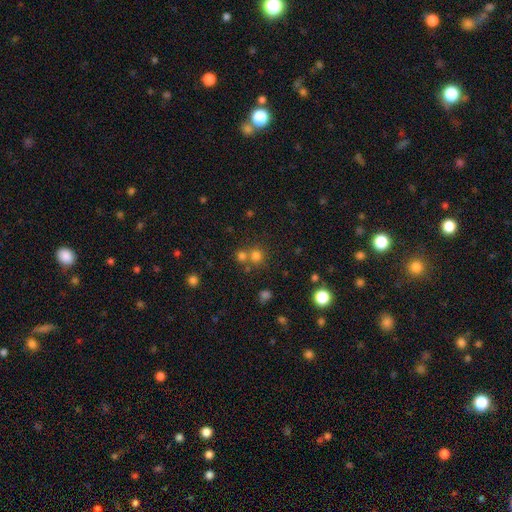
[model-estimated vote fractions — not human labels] Smooth or featured?
  - smooth: 72% *
  - star or artifact: 20%
  - featured or disk: 8%
How rounded?
  - round: 89% *
  - in between: 10%
  - cigar-shaped: 1%
Merging?
  - none: 57% *
  - merger: 33%
  - minor disturbance: 7%
  - major disturbance: 3%